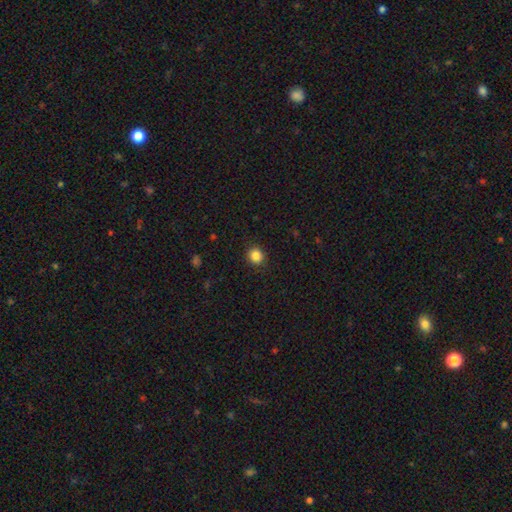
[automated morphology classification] smooth 86%, star or artifact 11%, featured or disk 4%. Down the decision tree: how rounded — round (86%); merging — none (91%).